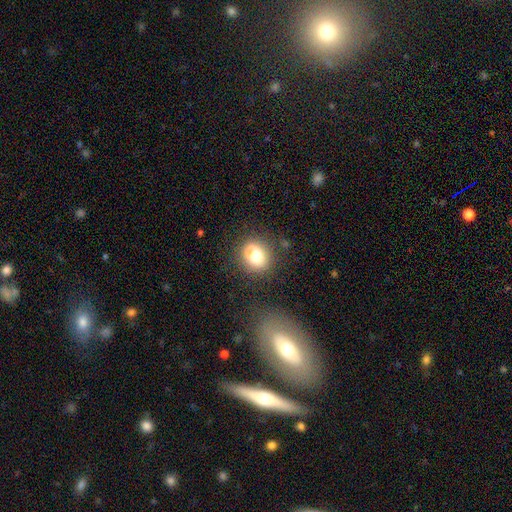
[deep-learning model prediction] Morphology: type=smooth (72%); roundness=round (60%); merging=none (54%).